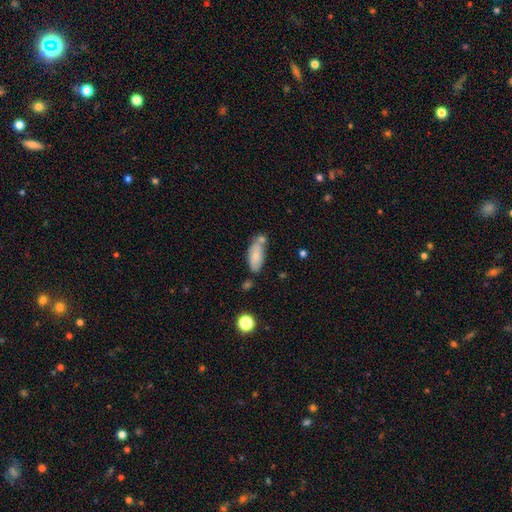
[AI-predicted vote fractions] Smooth or featured: smooth — 78% (featured or disk — 15%)
How rounded: in between — 80% (cigar-shaped — 18%)
Merging: none — 52% (merger — 22%)